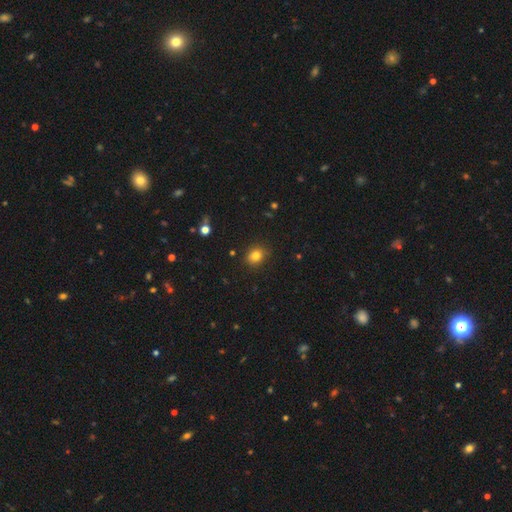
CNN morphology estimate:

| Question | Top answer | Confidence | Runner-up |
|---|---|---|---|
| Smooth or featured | smooth | 81% | star or artifact (12%) |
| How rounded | round | 61% | in between (38%) |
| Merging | none | 87% | minor disturbance (10%) |